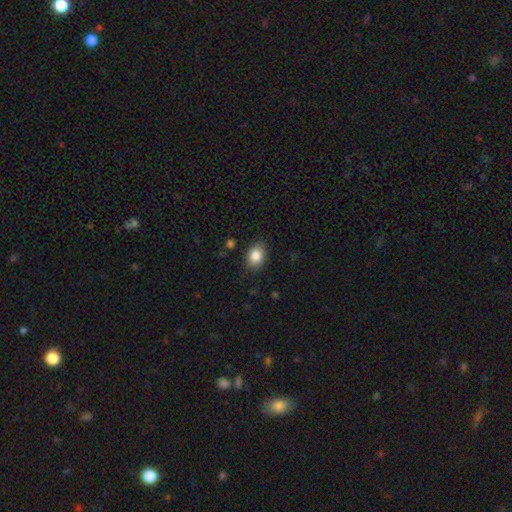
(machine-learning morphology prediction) smooth_or_featured: smooth (p=0.86) [alt: star or artifact p=0.08]
how_rounded: in between (p=0.73) [alt: round p=0.26]
merging: none (p=0.85) [alt: minor disturbance p=0.11]